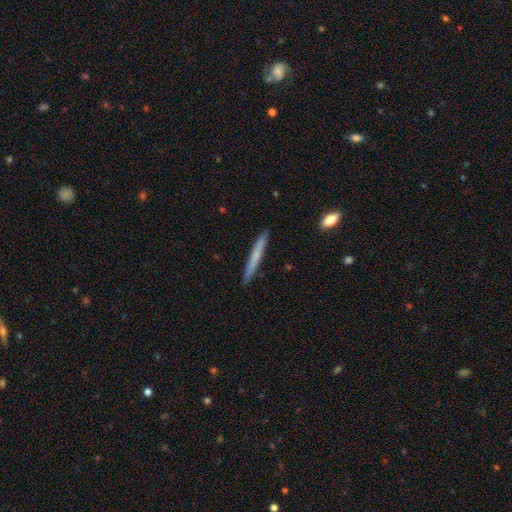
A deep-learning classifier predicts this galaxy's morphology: Smooth or featured: smooth — 64% (featured or disk — 30%)
How rounded: cigar-shaped — 97% (in between — 2%)
Merging: none — 90% (minor disturbance — 8%)